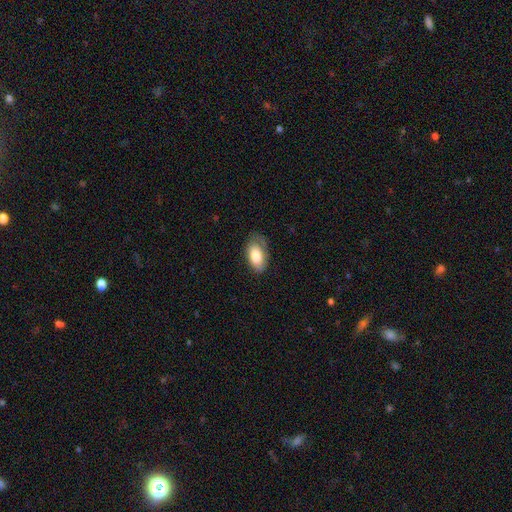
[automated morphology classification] Q: Smooth or featured?
A: smooth (79%); runner-up: featured or disk (15%)
Q: How rounded?
A: in between (93%); runner-up: round (4%)
Q: Merging?
A: none (60%); runner-up: minor disturbance (28%)